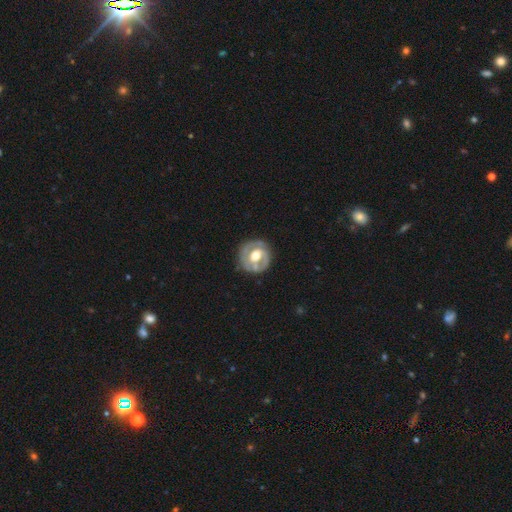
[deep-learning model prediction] Smooth or featured?
  - featured or disk: 72% *
  - smooth: 23%
  - star or artifact: 5%
Edge-on disk?
  - no: 97% *
  - yes: 3%
Bar?
  - no: 50% *
  - weak: 35%
  - strong: 15%
Spiral arms?
  - yes: 64% *
  - no: 36%
Bulge size?
  - moderate: 65% *
  - large: 26%
  - small: 6%
  - dominant: 2%
  - none: 1%
Merging?
  - none: 76% *
  - minor disturbance: 16%
  - major disturbance: 6%
  - merger: 2%